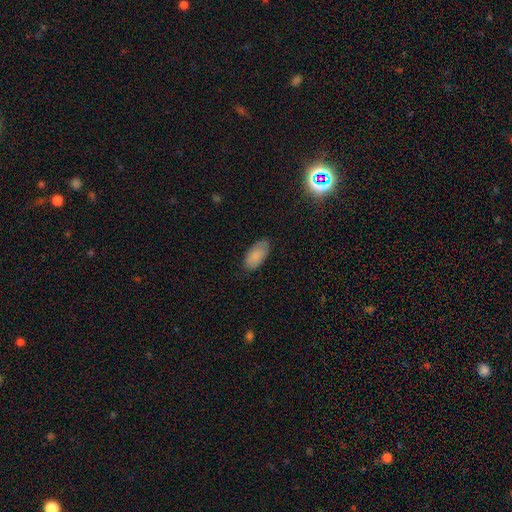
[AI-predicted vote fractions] A smooth galaxy with no disk features (85%) that is in between round and cigar-shaped (94%).

Vote fractions:
- Smooth or featured? smooth: 85% / featured or disk: 8% / star or artifact: 7%
- How rounded? in between: 94% / cigar-shaped: 4% / round: 2%
- Merging? none: 79% / minor disturbance: 17% / major disturbance: 4% / merger: 1%